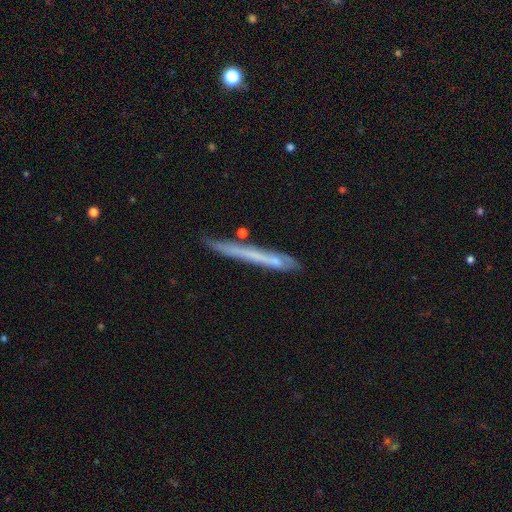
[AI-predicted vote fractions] Smooth or featured?
  - smooth: 48% *
  - featured or disk: 44%
  - star or artifact: 7%
Merging?
  - none: 76% *
  - minor disturbance: 17%
  - major disturbance: 4%
  - merger: 3%